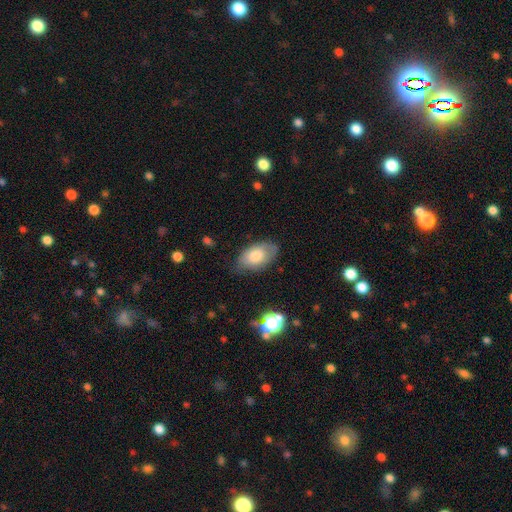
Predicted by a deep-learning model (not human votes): This appears to be a smooth galaxy with no disk features (76%) that is in between round and cigar-shaped (93%). Merging: none (70%).